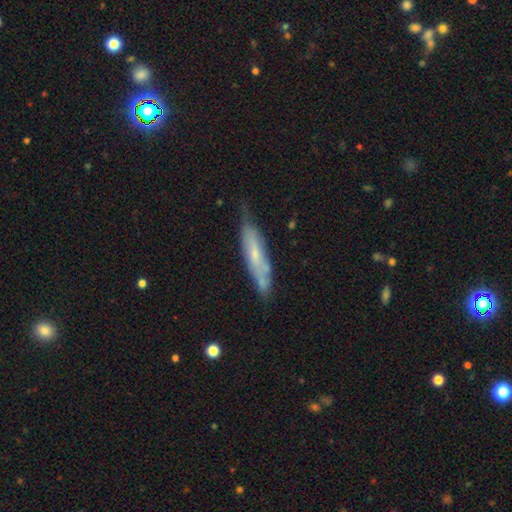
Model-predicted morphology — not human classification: Smooth or featured?
  - featured or disk: 50% *
  - smooth: 43%
  - star or artifact: 7%
Merging?
  - none: 61% *
  - minor disturbance: 27%
  - major disturbance: 6%
  - merger: 5%